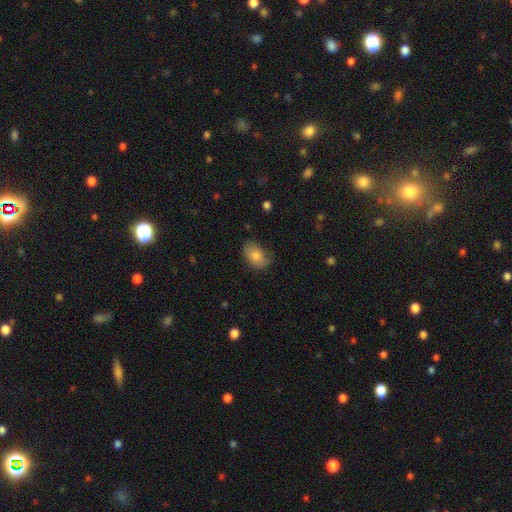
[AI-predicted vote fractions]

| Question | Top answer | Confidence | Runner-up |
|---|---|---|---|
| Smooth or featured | smooth | 77% | featured or disk (15%) |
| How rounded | in between | 87% | round (12%) |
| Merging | none | 63% | minor disturbance (29%) |